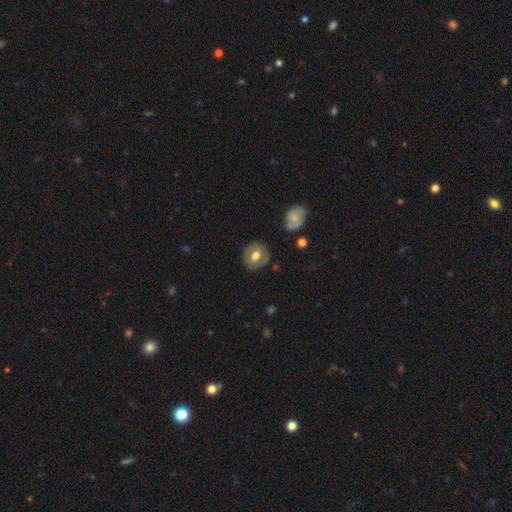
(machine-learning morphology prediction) Smooth or featured?
  - smooth: 60% *
  - featured or disk: 32%
  - star or artifact: 8%
How rounded?
  - round: 80% *
  - in between: 19%
  - cigar-shaped: 1%
Merging?
  - none: 83% *
  - minor disturbance: 12%
  - major disturbance: 3%
  - merger: 2%